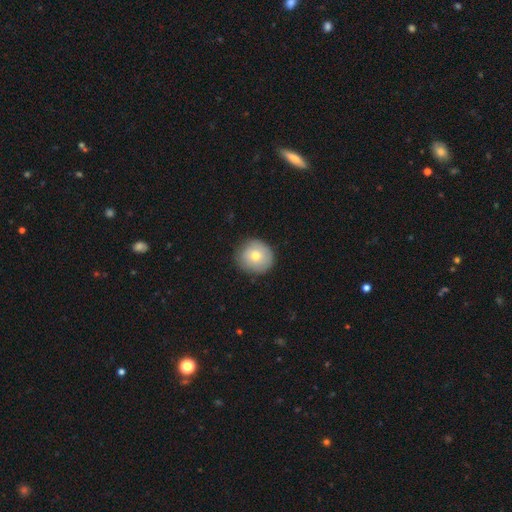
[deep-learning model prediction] Overall: smooth (70%). How rounded: round (93%). Merging: none (84%).